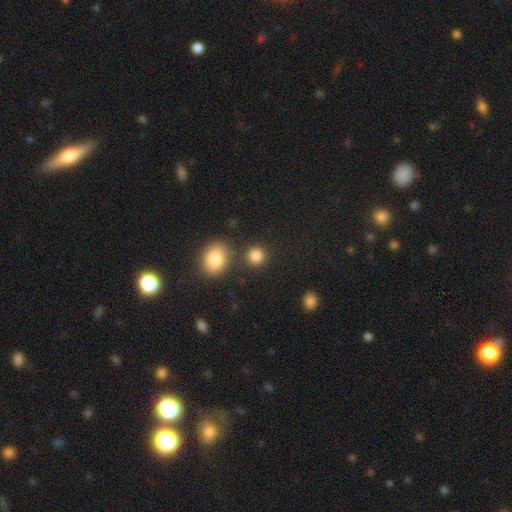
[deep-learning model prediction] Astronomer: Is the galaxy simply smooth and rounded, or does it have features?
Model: smooth — 85%.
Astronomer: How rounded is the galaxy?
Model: round — 86%.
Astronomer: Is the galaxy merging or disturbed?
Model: none — 80%.